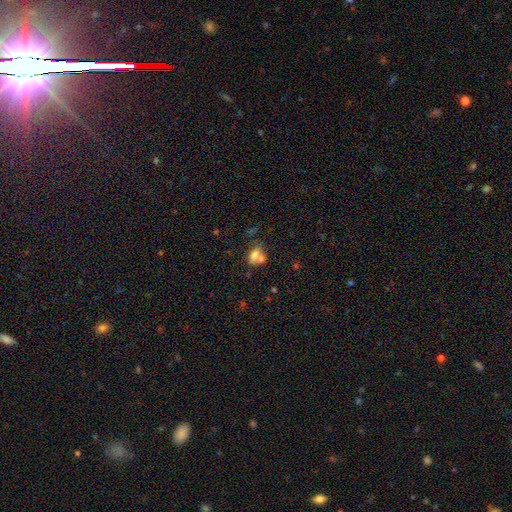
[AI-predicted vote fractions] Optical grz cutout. It shows a smooth galaxy with no disk features (66%) that is in between round and cigar-shaped (69%). Merging: merger (48%).